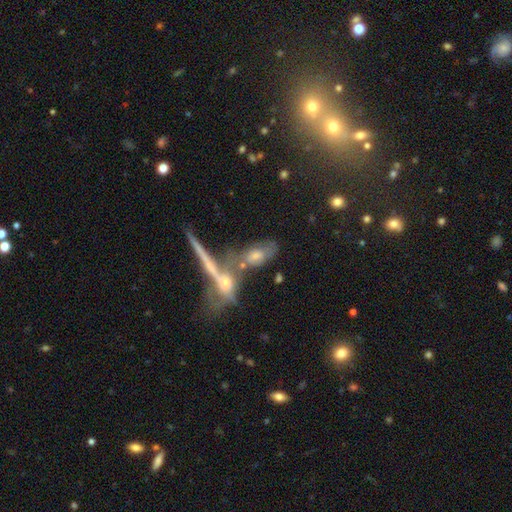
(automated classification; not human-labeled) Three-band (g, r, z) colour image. It shows a smooth galaxy with no disk features (56%) that is in between round and cigar-shaped (73%). Merging: merger (40%).